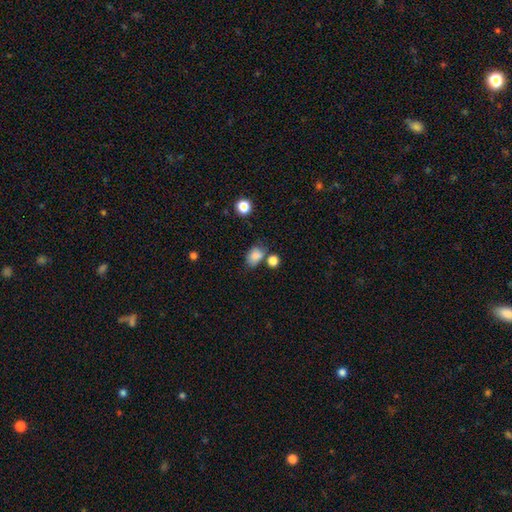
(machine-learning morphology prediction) A smooth galaxy with no disk features (83%) that is in between round and cigar-shaped (70%).

Vote fractions:
- Smooth or featured? smooth: 83% / star or artifact: 11% / featured or disk: 6%
- How rounded? in between: 70% / round: 29% / cigar-shaped: 1%
- Merging? none: 55% / minor disturbance: 22% / merger: 15% / major disturbance: 8%